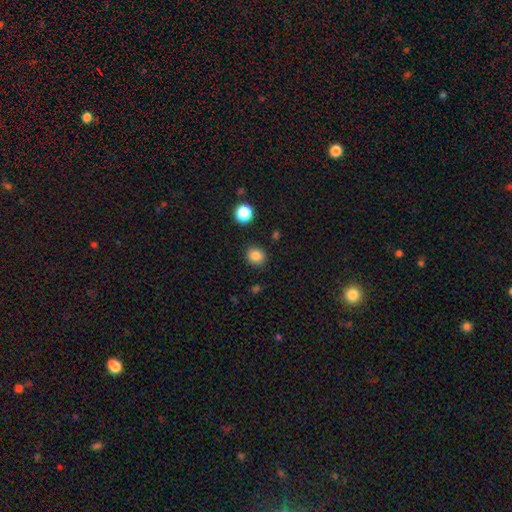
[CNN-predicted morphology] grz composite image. It shows a smooth galaxy with no disk features (84%) that is round (78%). Merging: none (87%).